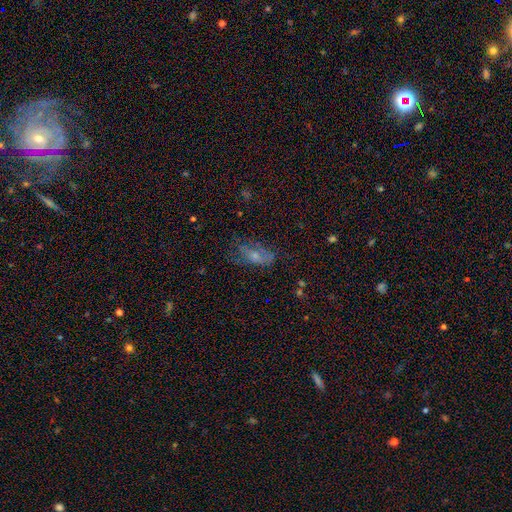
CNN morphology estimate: Smooth or featured? smooth (56%)
How rounded? in between (84%)
Merging? none (50%)